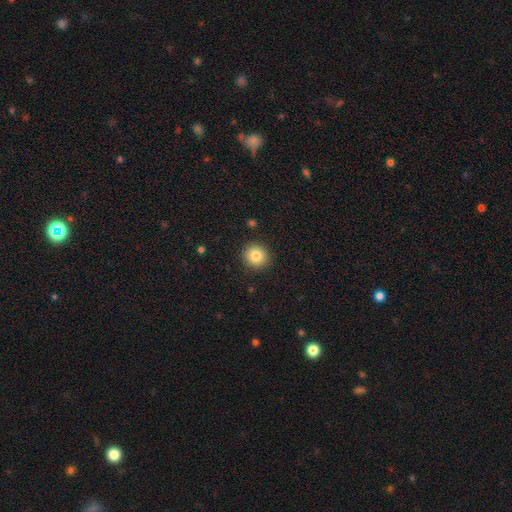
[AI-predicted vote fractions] Smooth or featured? smooth (83%)
How rounded? round (93%)
Merging? none (92%)